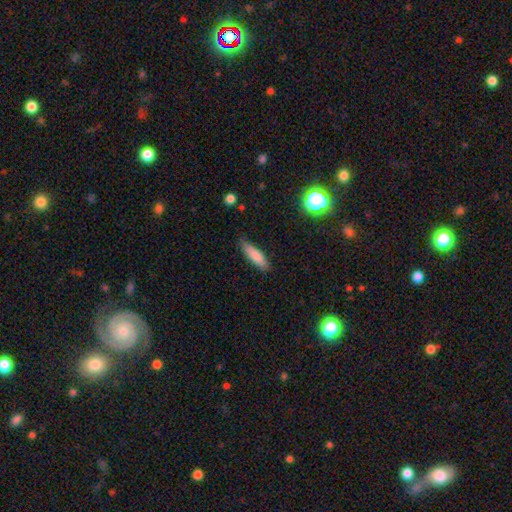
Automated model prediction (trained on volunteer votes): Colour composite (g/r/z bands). It shows a smooth galaxy with no disk features (83%) that is cigar-shaped (61%). Merging: none (77%).